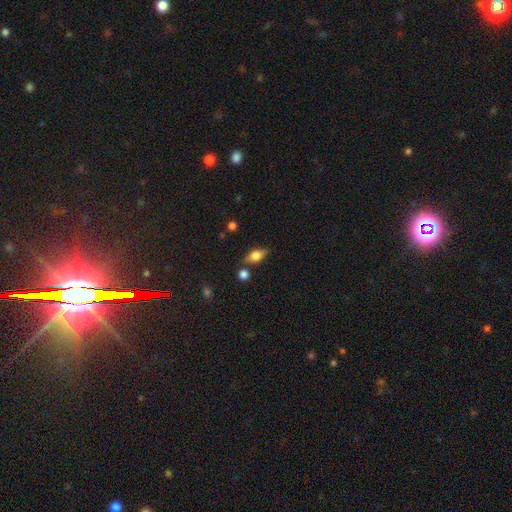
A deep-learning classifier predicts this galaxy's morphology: Smooth or featured?
  - smooth: 60% *
  - featured or disk: 31%
  - star or artifact: 9%
How rounded?
  - in between: 77% *
  - cigar-shaped: 14%
  - round: 9%
Merging?
  - none: 75% *
  - minor disturbance: 14%
  - merger: 7%
  - major disturbance: 4%